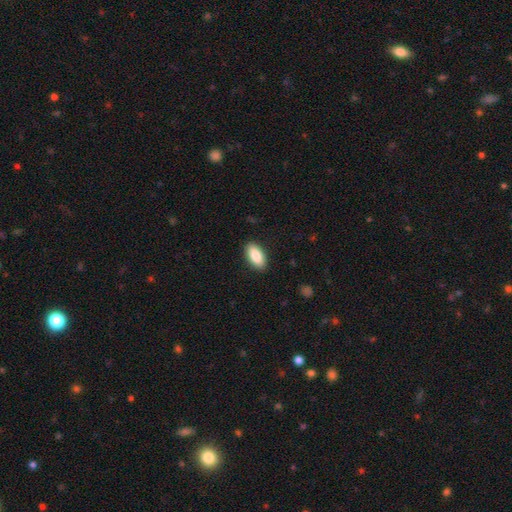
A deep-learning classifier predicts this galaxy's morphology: Smooth or featured? smooth (87%)
How rounded? in between (91%)
Merging? none (89%)